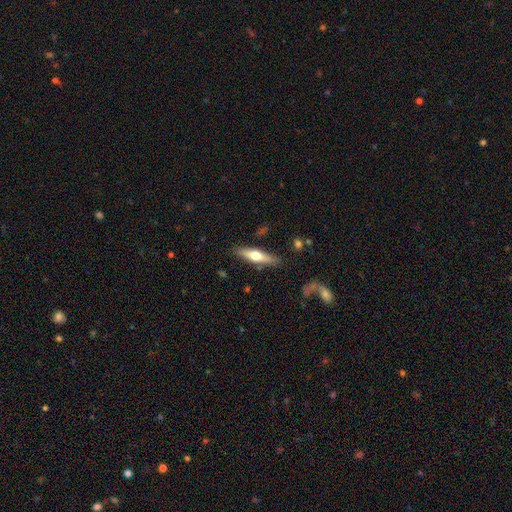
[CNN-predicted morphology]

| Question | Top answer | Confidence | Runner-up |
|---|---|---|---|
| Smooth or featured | featured or disk | 55% | smooth (40%) |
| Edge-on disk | yes | 94% | no (6%) |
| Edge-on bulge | rounded | 93% | boxy (4%) |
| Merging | none | 86% | minor disturbance (10%) |